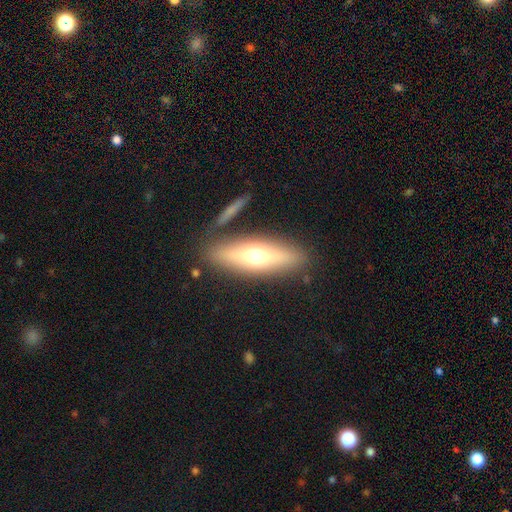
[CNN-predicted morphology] This appears to be a smooth galaxy with no disk features (50%) that is cigar-shaped (57%). Merging: none (80%).